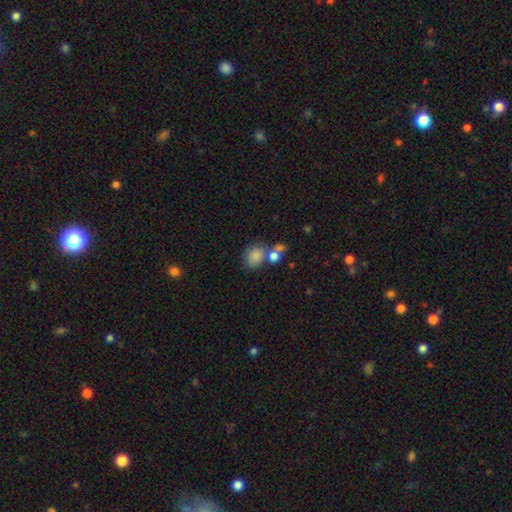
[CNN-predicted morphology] The model was most divided on "merging": none: 48%, merger: 32%, minor disturbance: 14%, major disturbance: 7%. More confident: smooth or featured — smooth (81%); how rounded — round (59%).